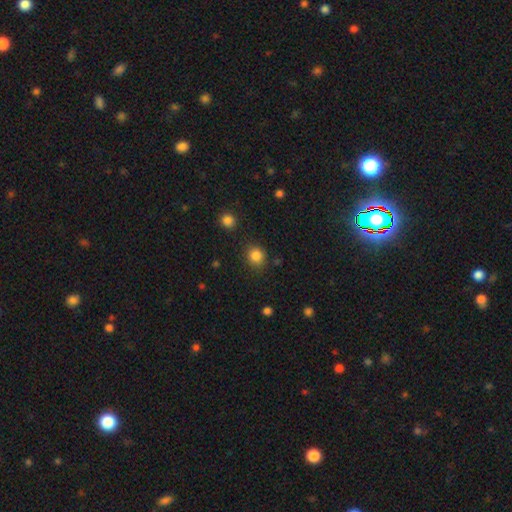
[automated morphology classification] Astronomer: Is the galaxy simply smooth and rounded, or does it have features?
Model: smooth — 85%.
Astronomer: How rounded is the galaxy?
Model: round — 84%.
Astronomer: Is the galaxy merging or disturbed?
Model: none — 85%.